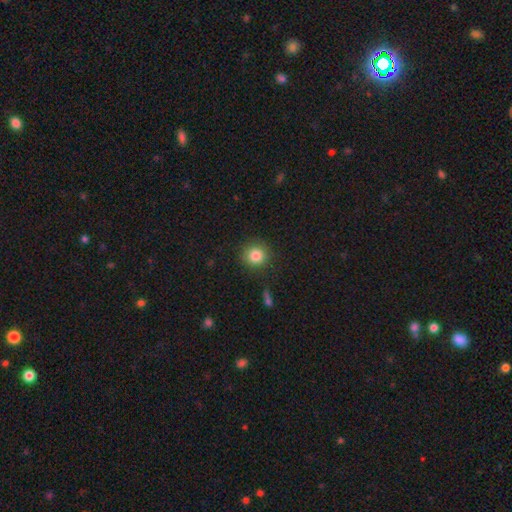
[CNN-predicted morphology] type=smooth (83%); roundness=round (92%); merging=none (87%).